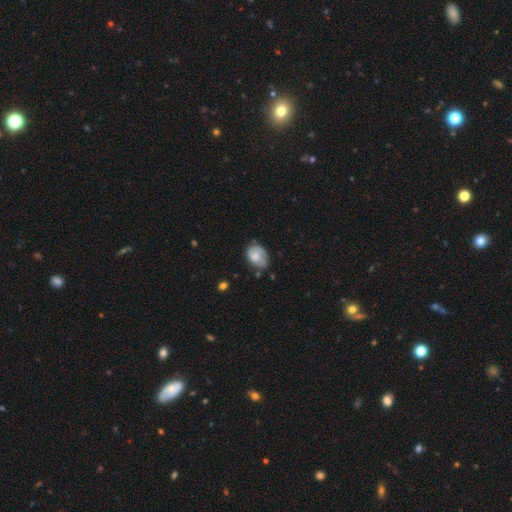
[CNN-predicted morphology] The model was most divided on "merging": none: 50%, minor disturbance: 35%, major disturbance: 11%, merger: 3%. More confident: how rounded — in between (71%); smooth or featured — smooth (63%).